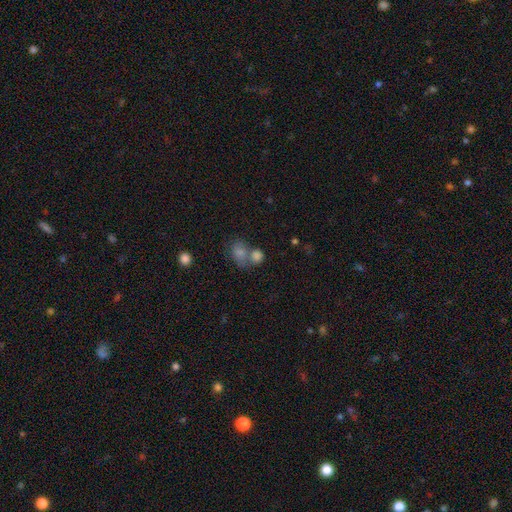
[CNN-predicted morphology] Smooth or featured? Predicted: smooth (p=0.79). How rounded? Predicted: round (p=0.58). Merging? Predicted: merger (p=0.50).